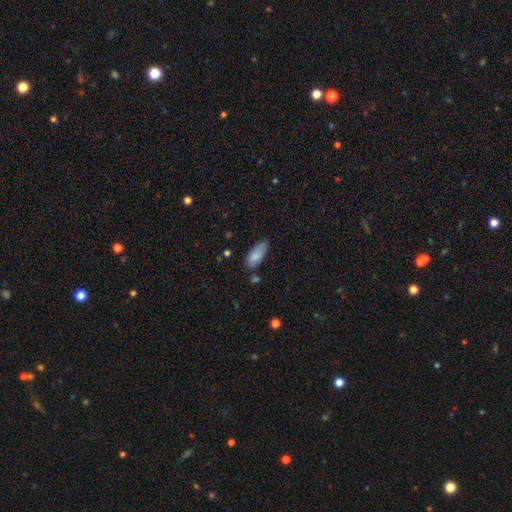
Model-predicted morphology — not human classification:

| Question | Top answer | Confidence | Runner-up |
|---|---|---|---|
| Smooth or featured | smooth | 82% | featured or disk (11%) |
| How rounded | in between | 84% | cigar-shaped (14%) |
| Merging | none | 61% | minor disturbance (29%) |